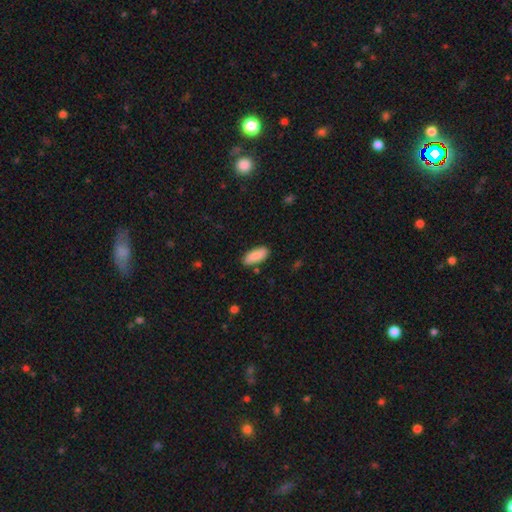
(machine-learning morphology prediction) Overall: smooth (87%). How rounded: in between (80%). Merging: none (84%).